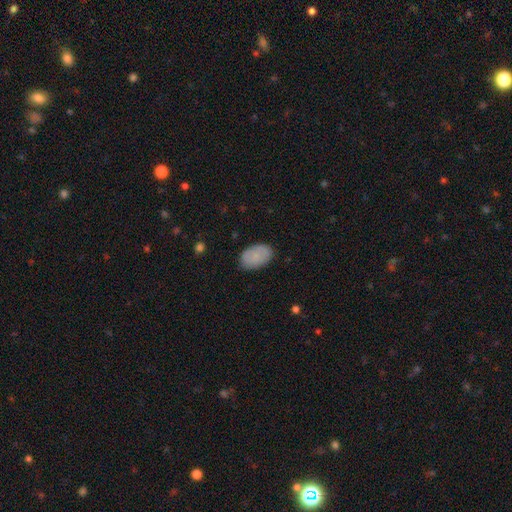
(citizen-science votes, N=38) Smooth or featured: smooth — 87% (featured or disk — 13%)
How rounded: in between — 94% (round — 6%)
Merging: none — 79% (minor disturbance — 13%)